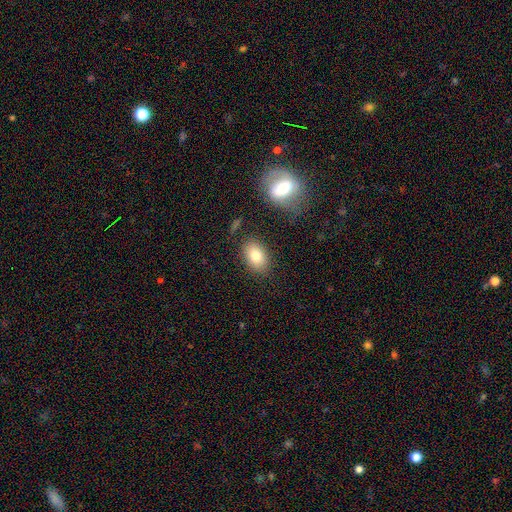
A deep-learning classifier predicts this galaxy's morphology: A smooth galaxy with no disk features (80%) that is in between round and cigar-shaped (85%). Merging: none (82%).